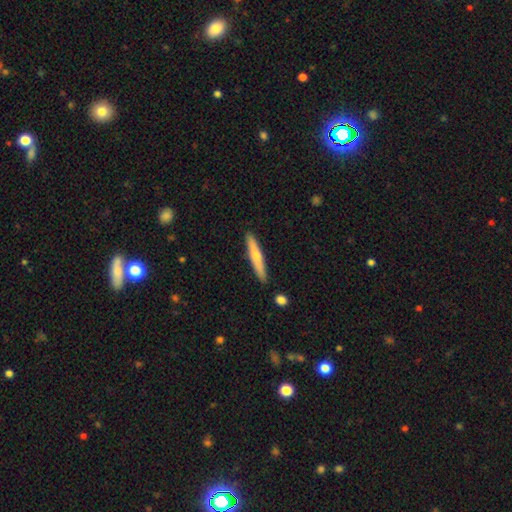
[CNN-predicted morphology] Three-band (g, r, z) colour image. It shows a featured or disk galaxy (49%). Merging: none (90%).